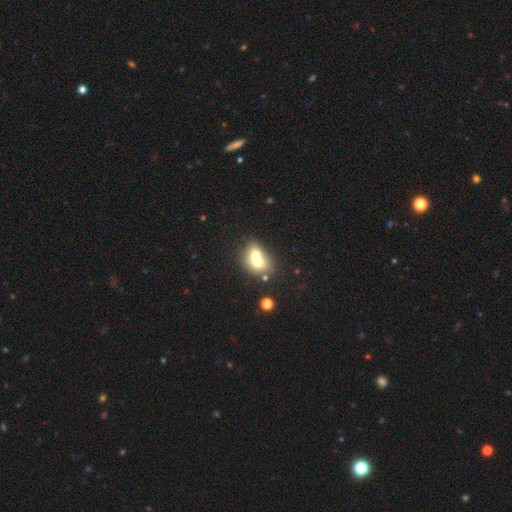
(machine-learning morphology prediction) type=smooth (64%); roundness=round (50%); merging=merger (68%).